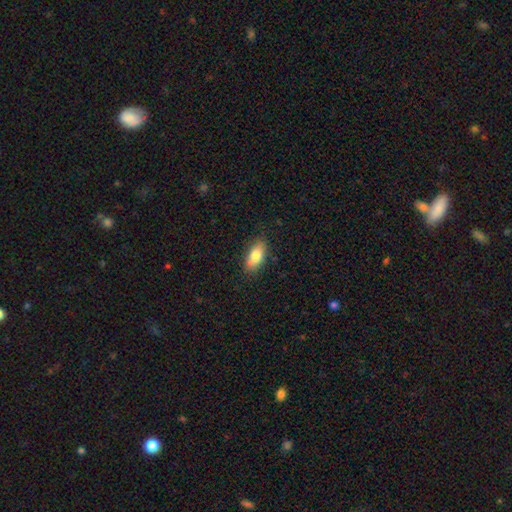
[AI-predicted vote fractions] The model was most divided on "smooth or featured": smooth: 78%, featured or disk: 15%, star or artifact: 7%. More confident: how rounded — in between (86%); merging — none (84%).